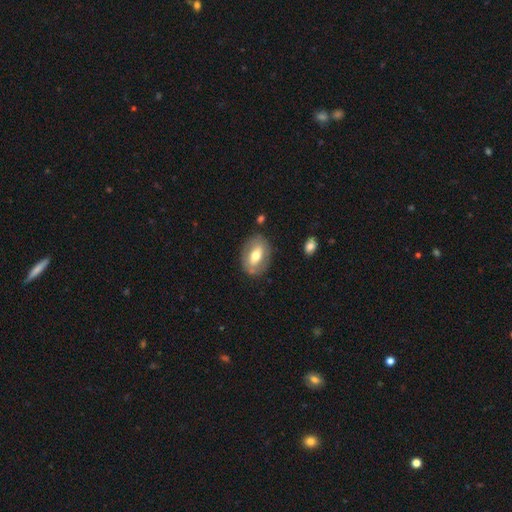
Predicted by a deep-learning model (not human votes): smooth_or_featured: smooth (p=0.54) [alt: featured or disk p=0.40]
how_rounded: in between (p=0.83) [alt: round p=0.15]
merging: none (p=0.78) [alt: minor disturbance p=0.14]